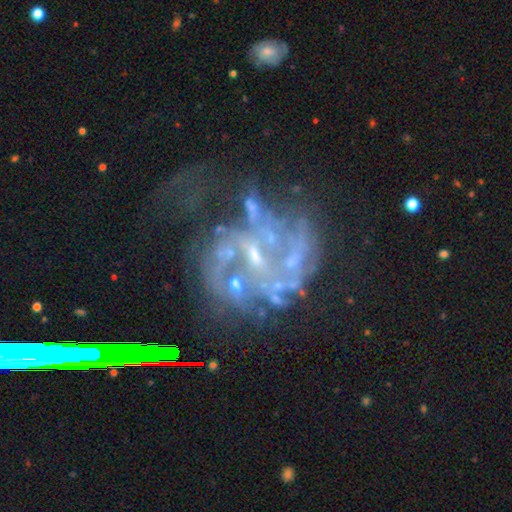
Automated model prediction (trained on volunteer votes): Smooth or featured: featured or disk — 77% (star or artifact — 14%)
Edge-on disk: no — 98% (yes — 2%)
Bar: no — 57% (weak — 32%)
Spiral arms: yes — 61% (no — 39%)
Bulge size: small — 46% (none — 35%)
Merging: major disturbance — 35% (none — 33%)